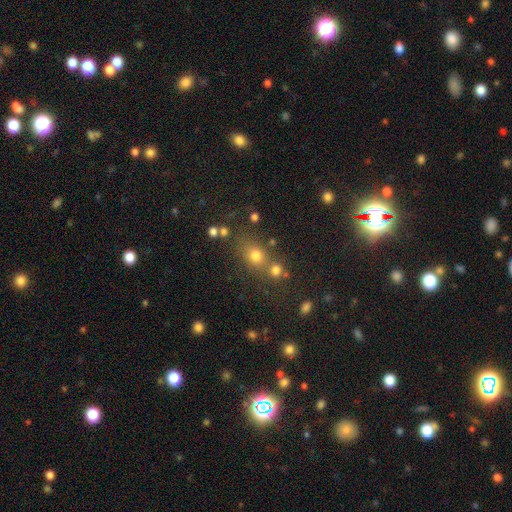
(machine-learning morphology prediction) Smooth or featured? smooth (70%)
How rounded? round (64%)
Merging? none (57%)